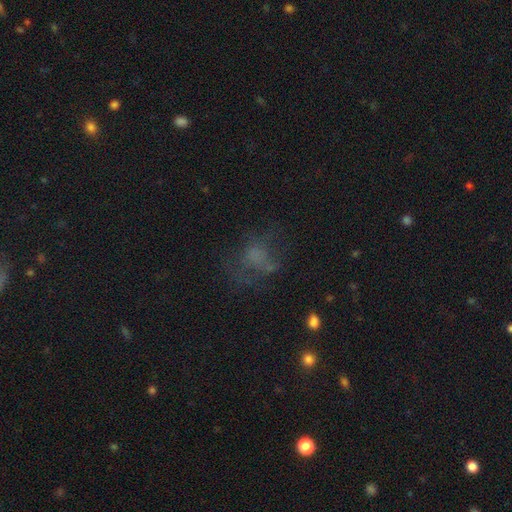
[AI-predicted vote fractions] This appears to be a smooth galaxy with no disk features (44%). Merging: none (45%).